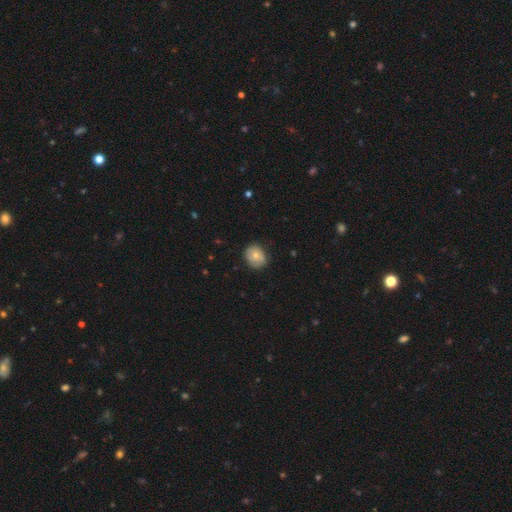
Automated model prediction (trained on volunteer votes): This is likely a smooth galaxy (66%). How rounded: likely round (69%). Merging: likely none (71%).